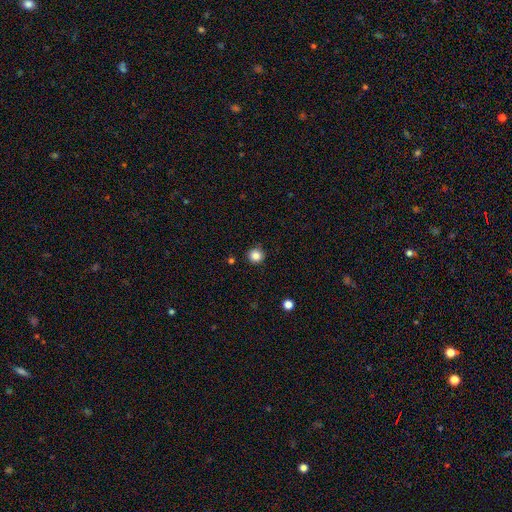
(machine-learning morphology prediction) type=smooth (85%); roundness=round (94%); merging=none (90%).